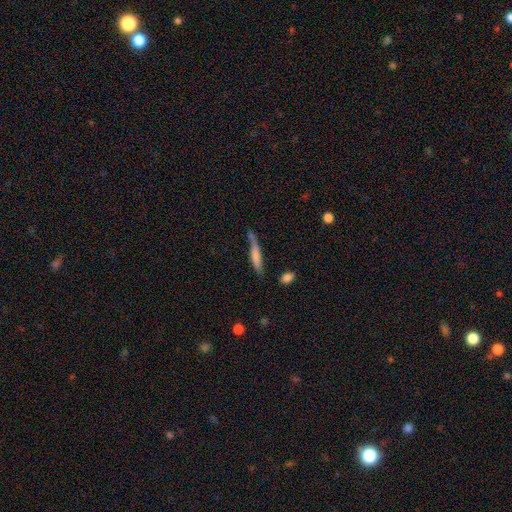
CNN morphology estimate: smooth_or_featured: smooth (p=0.64) [alt: featured or disk p=0.30]
how_rounded: cigar-shaped (p=0.88) [alt: in between p=0.11]
merging: none (p=0.52) [alt: minor disturbance p=0.29]